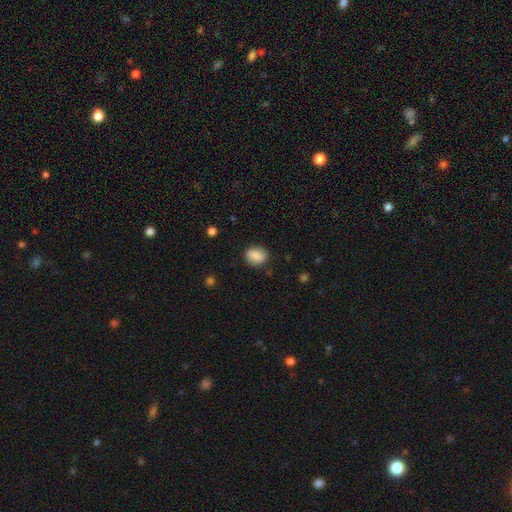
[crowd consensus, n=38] Overall: smooth (92%). How rounded: in between (51%; round 49%). Merging: none (92%).